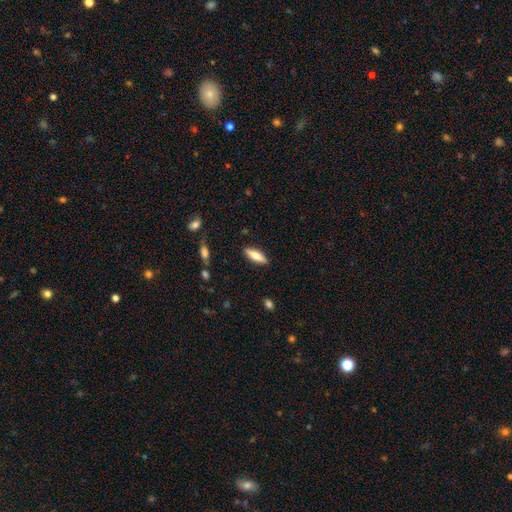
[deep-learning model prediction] Morphology: type=smooth (69%); roundness=cigar-shaped (53%); merging=none (87%).